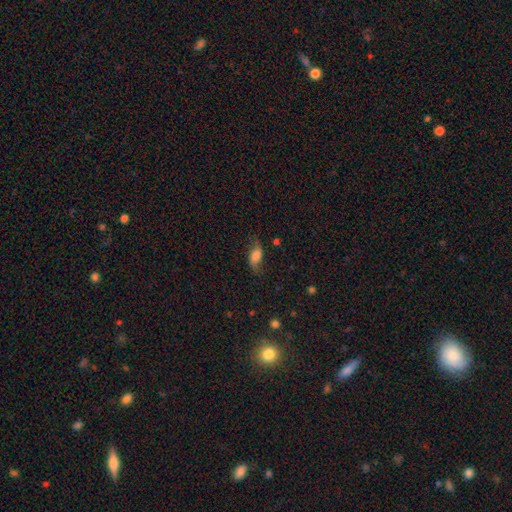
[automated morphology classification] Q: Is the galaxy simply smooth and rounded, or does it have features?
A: smooth — 53%.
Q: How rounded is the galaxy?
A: in between — 83%.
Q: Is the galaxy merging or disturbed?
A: none — 65%.